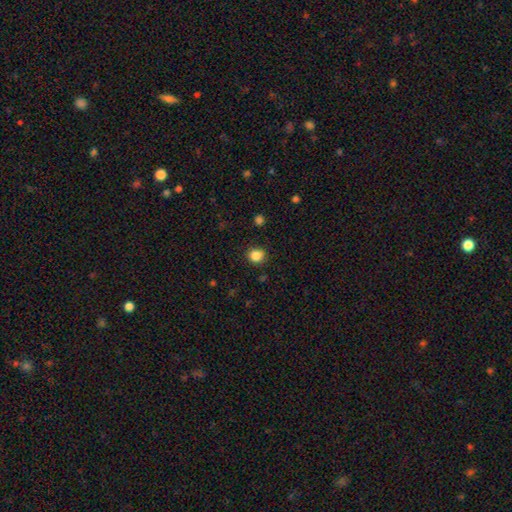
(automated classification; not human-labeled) smooth 86%, star or artifact 11%, featured or disk 4%. Down the decision tree: how rounded — round (83%); merging — none (87%).